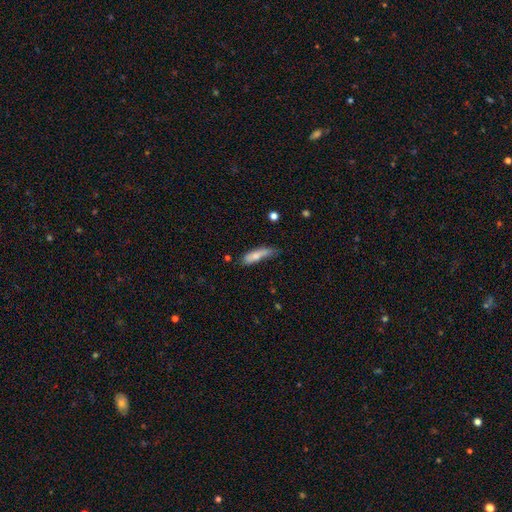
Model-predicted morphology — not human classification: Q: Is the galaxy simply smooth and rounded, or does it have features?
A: smooth — 76%.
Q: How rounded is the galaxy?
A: cigar-shaped — 69%.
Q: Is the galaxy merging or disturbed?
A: none — 45%.